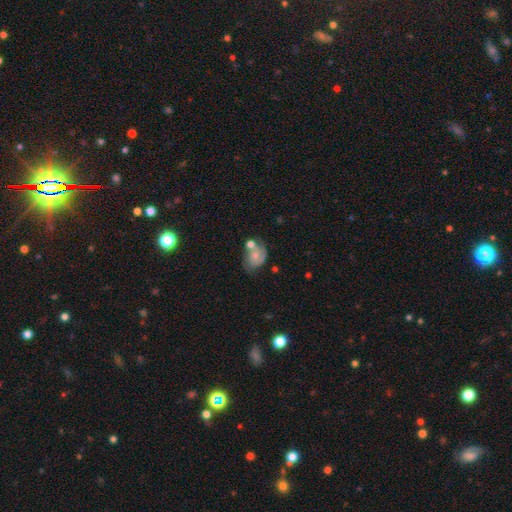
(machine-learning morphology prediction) Q: Smooth or featured?
A: featured or disk (60%); runner-up: smooth (31%)
Q: Edge-on disk?
A: no (97%); runner-up: yes (3%)
Q: Bar?
A: no (73%); runner-up: weak (23%)
Q: Spiral arms?
A: yes (84%); runner-up: no (16%)
Q: Bulge size?
A: small (53%); runner-up: moderate (36%)
Q: Merging?
A: none (41%); runner-up: merger (25%)